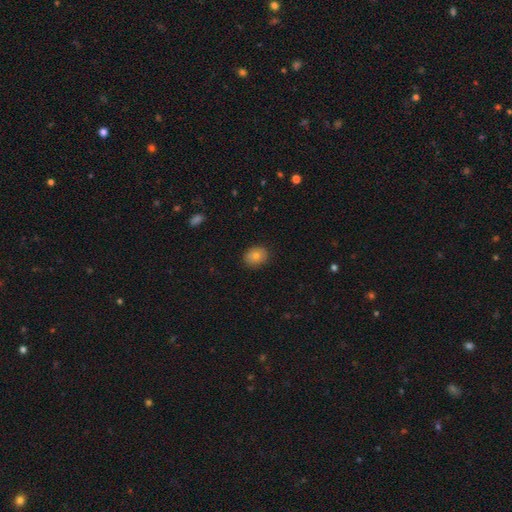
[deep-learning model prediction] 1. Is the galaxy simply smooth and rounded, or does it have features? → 79% smooth, 11% featured or disk, 10% star or artifact.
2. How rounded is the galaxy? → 50% round, 49% in between, 1% cigar-shaped.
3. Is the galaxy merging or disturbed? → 87% none, 10% minor disturbance, 2% major disturbance, 1% merger.